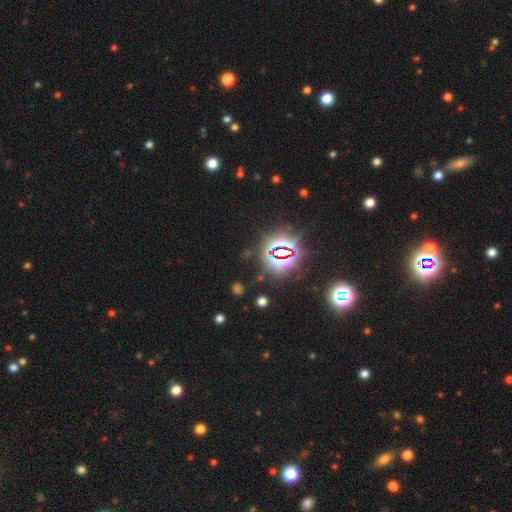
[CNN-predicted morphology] Overall: star or artifact (82%).